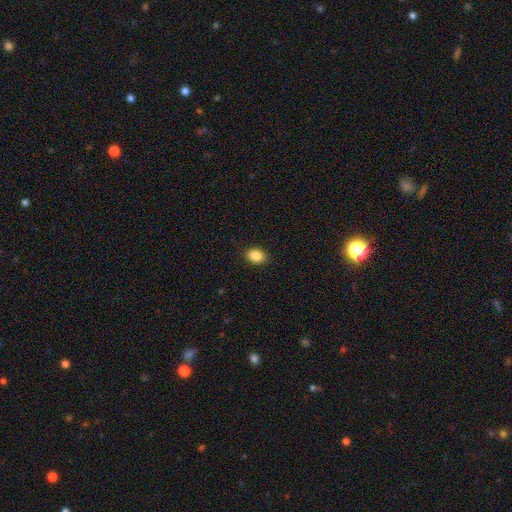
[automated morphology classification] Smooth or featured?
  - smooth: 86% *
  - star or artifact: 9%
  - featured or disk: 5%
How rounded?
  - in between: 71% *
  - round: 28%
  - cigar-shaped: 1%
Merging?
  - none: 89% *
  - minor disturbance: 8%
  - major disturbance: 2%
  - merger: 1%